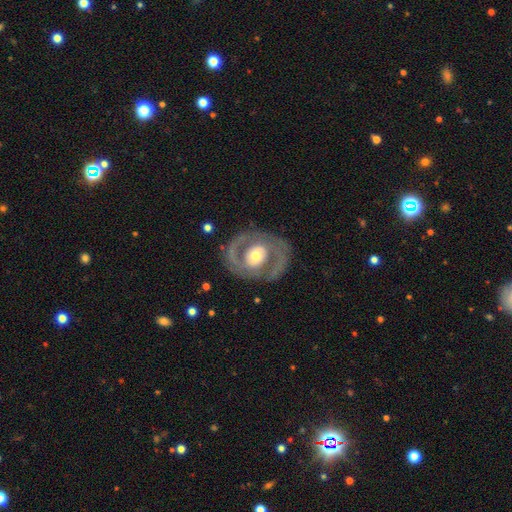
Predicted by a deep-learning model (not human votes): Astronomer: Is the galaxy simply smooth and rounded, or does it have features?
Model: featured or disk — 79%.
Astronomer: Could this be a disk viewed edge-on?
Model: no — 97%.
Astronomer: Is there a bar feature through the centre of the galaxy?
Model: no — 64%.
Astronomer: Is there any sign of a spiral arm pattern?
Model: yes — 71%.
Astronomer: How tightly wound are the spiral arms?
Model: medium — 46% (runner-up: tight, 37%).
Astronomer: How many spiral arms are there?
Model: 2 — 83%.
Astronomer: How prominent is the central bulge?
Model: moderate — 62%.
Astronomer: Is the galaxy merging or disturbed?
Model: none — 80%.